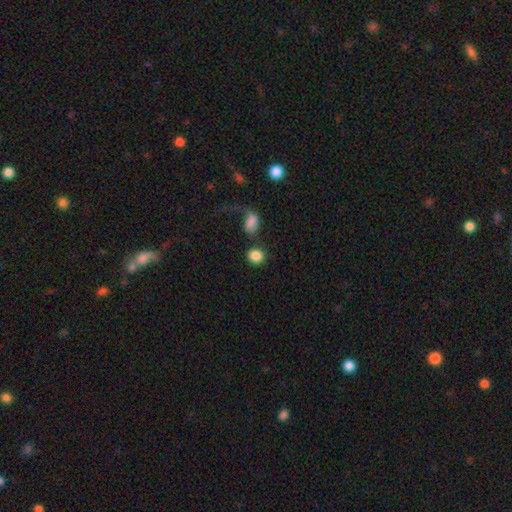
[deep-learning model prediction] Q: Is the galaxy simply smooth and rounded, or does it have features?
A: smooth — 86%.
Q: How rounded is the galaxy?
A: round — 80%.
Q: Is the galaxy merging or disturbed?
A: none — 58%.